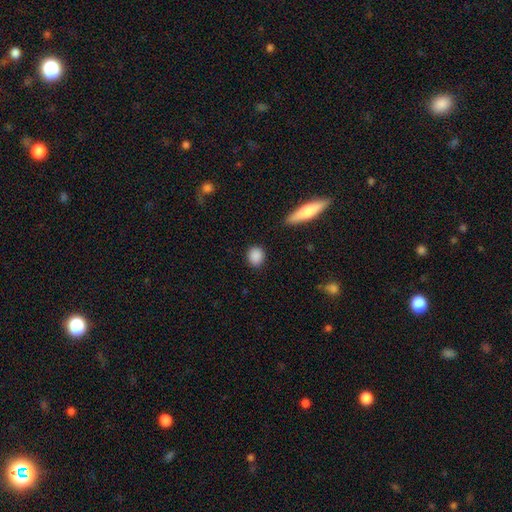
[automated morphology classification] smooth 88%, star or artifact 8%, featured or disk 4%. Down the decision tree: how rounded — round (68%); merging — none (88%).